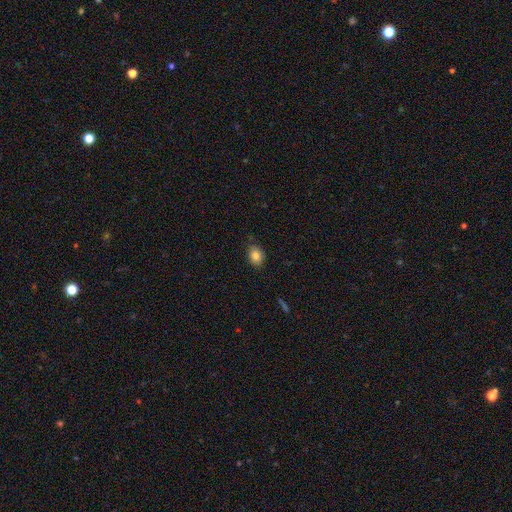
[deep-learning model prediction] smooth 82%, star or artifact 10%, featured or disk 8%. Down the decision tree: how rounded — in between (60%); merging — none (78%).